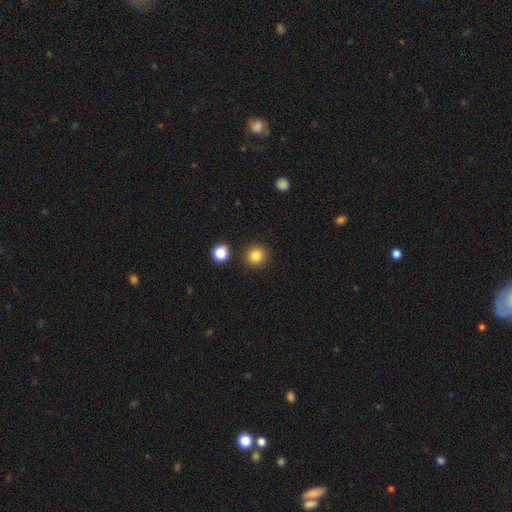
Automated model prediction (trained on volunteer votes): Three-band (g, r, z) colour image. It shows a smooth galaxy with no disk features (84%) that is round (93%). Merging: none (89%).